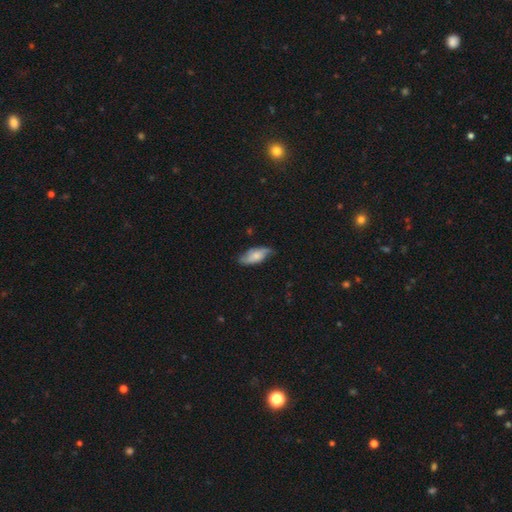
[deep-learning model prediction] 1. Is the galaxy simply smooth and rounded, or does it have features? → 53% smooth, 40% featured or disk, 7% star or artifact.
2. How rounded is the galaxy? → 80% in between, 18% cigar-shaped, 2% round.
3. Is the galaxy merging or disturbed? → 68% none, 25% minor disturbance, 6% major disturbance, 1% merger.